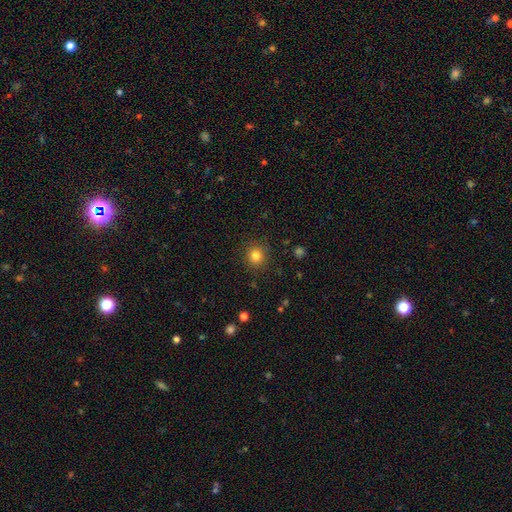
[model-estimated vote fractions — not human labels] Smooth or featured? Predicted: smooth (p=0.82). How rounded? Predicted: round (p=0.91). Merging? Predicted: none (p=0.89).